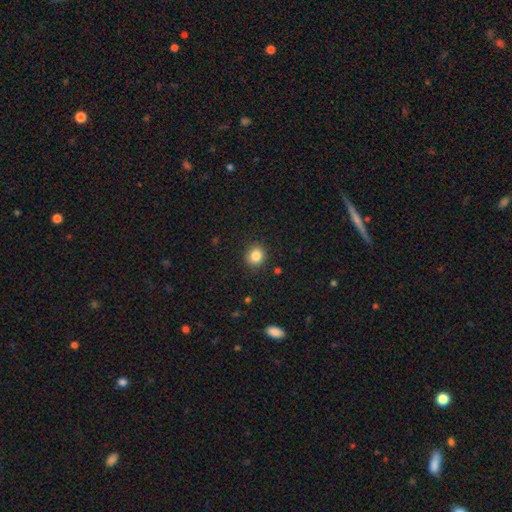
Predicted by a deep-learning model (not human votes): A smooth galaxy with no disk features (84%) that is round (83%).

Vote fractions:
- Smooth or featured? smooth: 84% / star or artifact: 11% / featured or disk: 5%
- How rounded? round: 83% / in between: 16% / cigar-shaped: 1%
- Merging? none: 90% / minor disturbance: 7% / major disturbance: 2% / merger: 1%